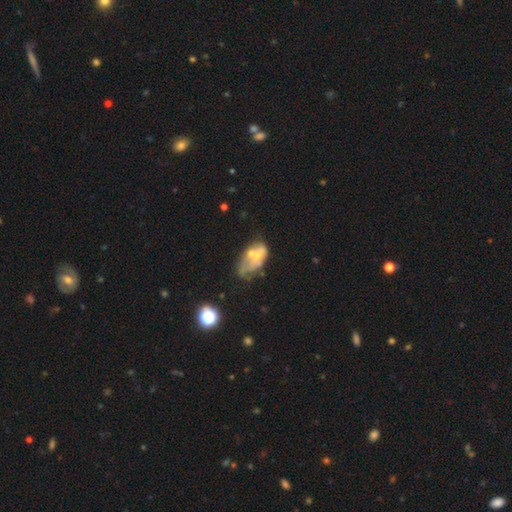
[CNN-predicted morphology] Smooth or featured?
  - featured or disk: 49% *
  - smooth: 41%
  - star or artifact: 10%
Merging?
  - major disturbance: 27% *
  - minor disturbance: 25%
  - none: 24%
  - merger: 23%